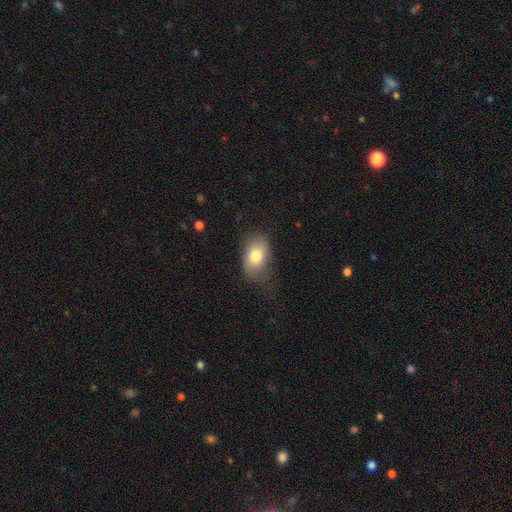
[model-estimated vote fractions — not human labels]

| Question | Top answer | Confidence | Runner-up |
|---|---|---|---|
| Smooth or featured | smooth | 78% | featured or disk (14%) |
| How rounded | in between | 86% | round (12%) |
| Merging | none | 62% | minor disturbance (26%) |